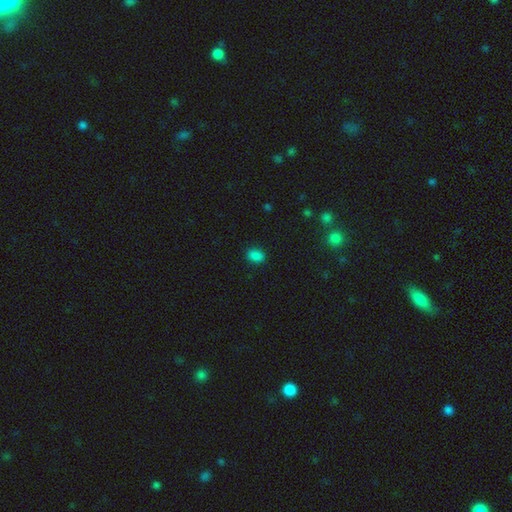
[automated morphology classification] The model was most divided on "how rounded": in between: 73%, round: 26%, cigar-shaped: 1%. More confident: merging — none (87%); smooth or featured — smooth (83%).